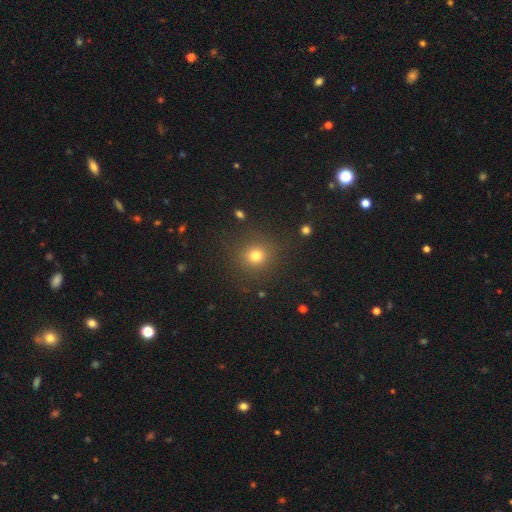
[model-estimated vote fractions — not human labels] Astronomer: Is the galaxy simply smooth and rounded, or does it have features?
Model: smooth — 75%.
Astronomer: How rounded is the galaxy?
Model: round — 91%.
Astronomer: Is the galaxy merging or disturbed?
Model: none — 87%.